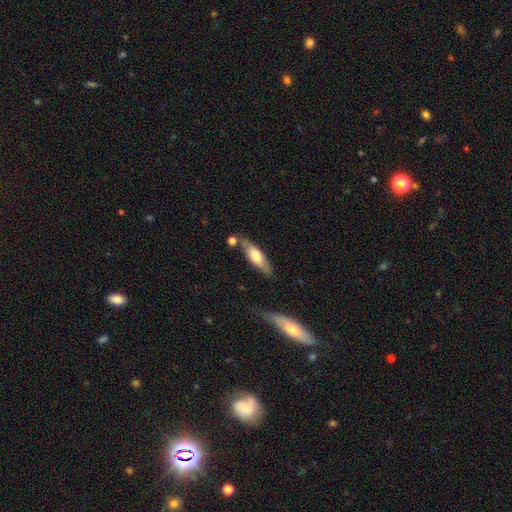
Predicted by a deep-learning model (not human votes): Morphology: type=smooth (56%); roundness=cigar-shaped (57%); merging=none (67%).